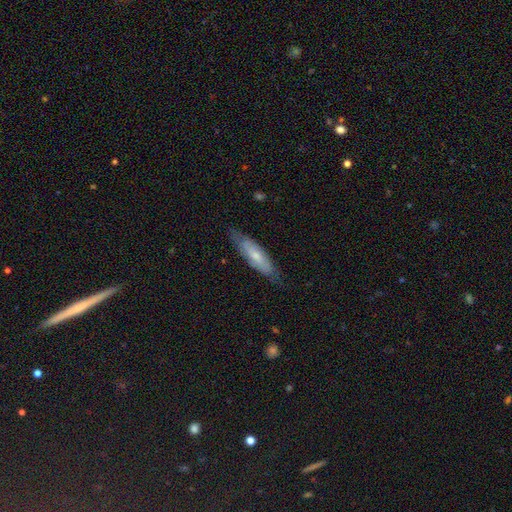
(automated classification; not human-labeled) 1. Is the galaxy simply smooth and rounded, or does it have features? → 52% smooth, 42% featured or disk, 6% star or artifact.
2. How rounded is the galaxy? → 61% cigar-shaped, 37% in between, 2% round.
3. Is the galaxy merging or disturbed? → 75% none, 20% minor disturbance, 4% major disturbance, 1% merger.